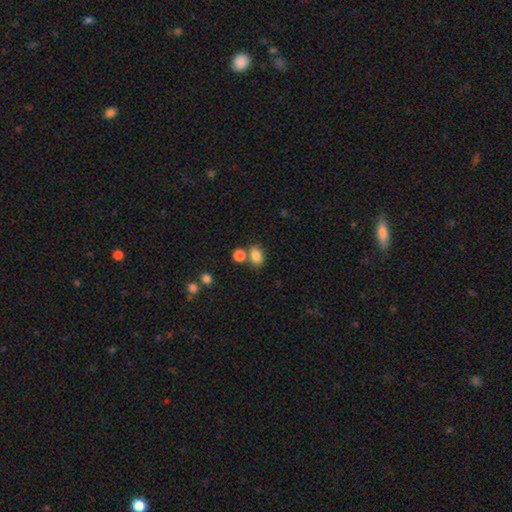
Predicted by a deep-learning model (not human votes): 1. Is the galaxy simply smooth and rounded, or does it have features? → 84% smooth, 11% star or artifact, 6% featured or disk.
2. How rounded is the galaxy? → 63% in between, 36% round, 1% cigar-shaped.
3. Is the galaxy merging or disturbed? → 62% none, 21% merger, 12% minor disturbance, 4% major disturbance.